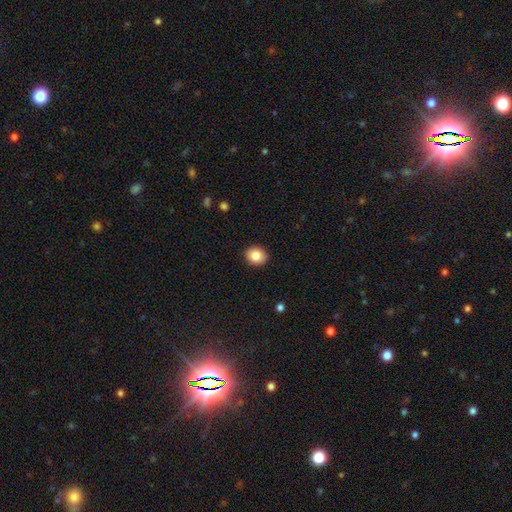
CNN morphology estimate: smooth-or-featured: smooth: 85% | star or artifact: 9% | featured or disk: 7%
  how-rounded: round: 65% | in between: 34% | cigar-shaped: 1%
  merging: none: 91% | minor disturbance: 7% | major disturbance: 2% | merger: 1%